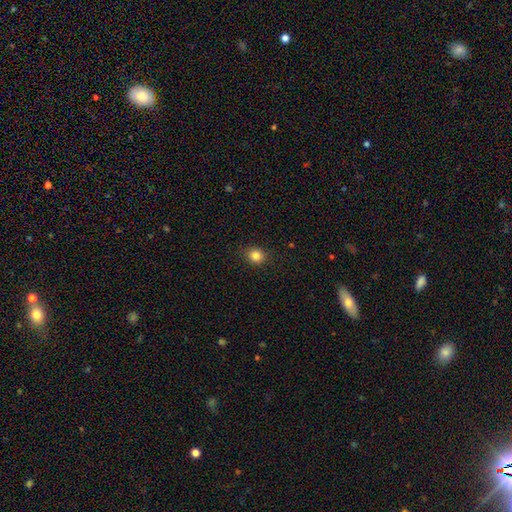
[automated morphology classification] smooth_or_featured: smooth (p=0.84) [alt: star or artifact p=0.11]
how_rounded: round (p=0.80) [alt: in between p=0.19]
merging: none (p=0.89) [alt: minor disturbance p=0.08]